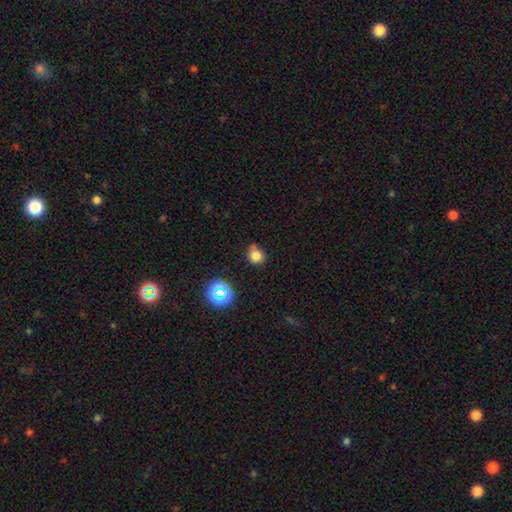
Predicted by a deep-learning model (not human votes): A smooth galaxy with no disk features (78%) that is round (79%).

Vote fractions:
- Smooth or featured? smooth: 78% / star or artifact: 15% / featured or disk: 7%
- How rounded? round: 79% / in between: 20% / cigar-shaped: 1%
- Merging? none: 62% / minor disturbance: 22% / merger: 10% / major disturbance: 5%